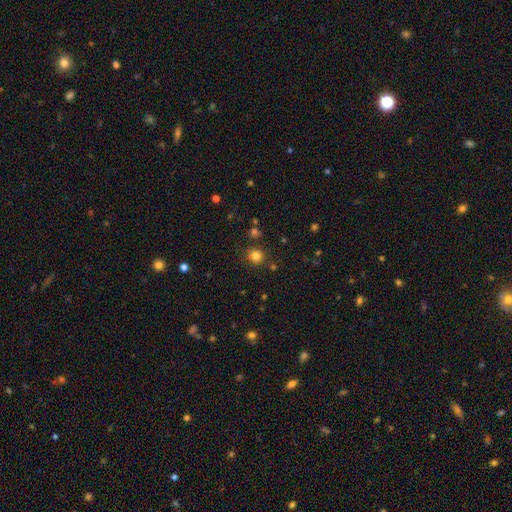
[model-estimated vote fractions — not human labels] Smooth or featured?
  - smooth: 80% *
  - star or artifact: 15%
  - featured or disk: 5%
How rounded?
  - round: 91% *
  - in between: 8%
  - cigar-shaped: 1%
Merging?
  - none: 85% *
  - minor disturbance: 8%
  - merger: 4%
  - major disturbance: 3%